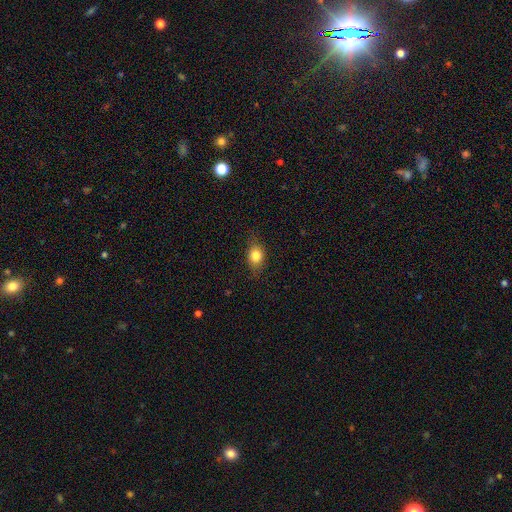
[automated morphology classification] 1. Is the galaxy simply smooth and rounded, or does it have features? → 81% smooth, 10% featured or disk, 9% star or artifact.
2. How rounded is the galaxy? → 66% in between, 31% round, 3% cigar-shaped.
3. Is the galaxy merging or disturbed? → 80% none, 16% minor disturbance, 4% major disturbance, 1% merger.